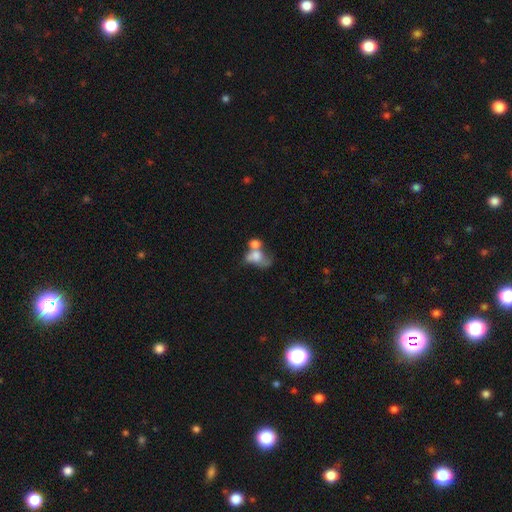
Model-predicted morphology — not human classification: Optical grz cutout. It shows a smooth galaxy with no disk features (62%) that is in between round and cigar-shaped (72%). Merging: merger (59%).